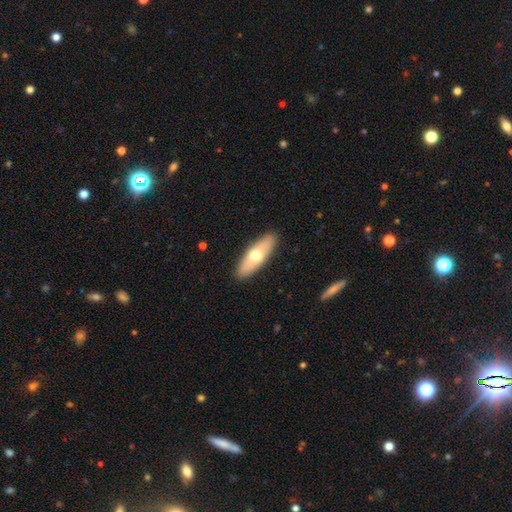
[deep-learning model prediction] A smooth galaxy with no disk features (60%) that is in between round and cigar-shaped (57%).

Vote fractions:
- Smooth or featured? smooth: 60% / featured or disk: 35% / star or artifact: 5%
- How rounded? in between: 57% / cigar-shaped: 40% / round: 3%
- Merging? none: 89% / minor disturbance: 8% / major disturbance: 2% / merger: 1%